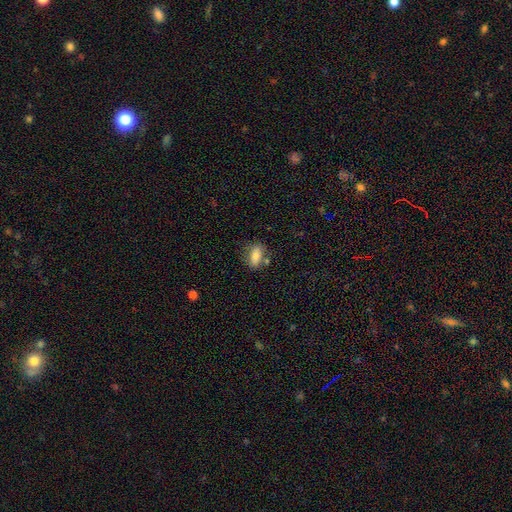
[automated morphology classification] Q: Smooth or featured?
A: smooth (79%); runner-up: featured or disk (13%)
Q: How rounded?
A: in between (82%); runner-up: cigar-shaped (11%)
Q: Merging?
A: none (67%); runner-up: minor disturbance (17%)